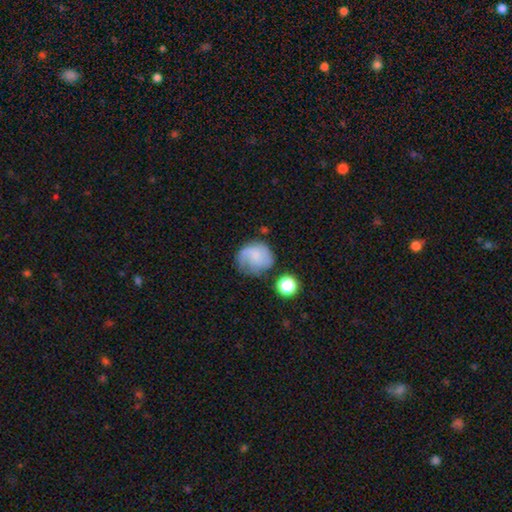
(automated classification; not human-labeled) smooth-or-featured: smooth: 51% | featured or disk: 39% | star or artifact: 10%
  how-rounded: round: 78% | in between: 21% | cigar-shaped: 1%
  merging: none: 55% | minor disturbance: 24% | major disturbance: 16% | merger: 5%